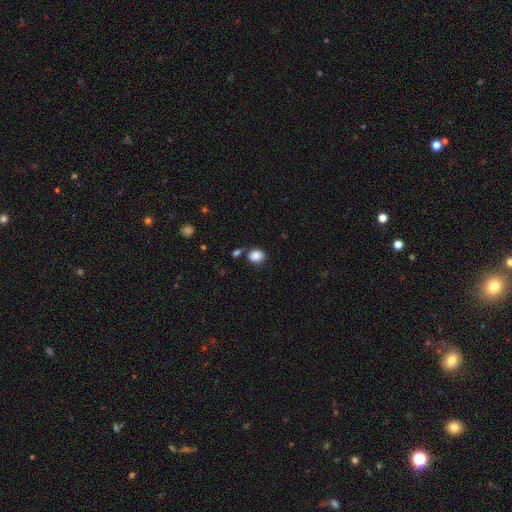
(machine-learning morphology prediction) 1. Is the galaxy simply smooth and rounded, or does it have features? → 87% smooth, 9% star or artifact, 4% featured or disk.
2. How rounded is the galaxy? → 58% round, 41% in between, 1% cigar-shaped.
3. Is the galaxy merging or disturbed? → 72% none, 14% minor disturbance, 10% merger, 4% major disturbance.